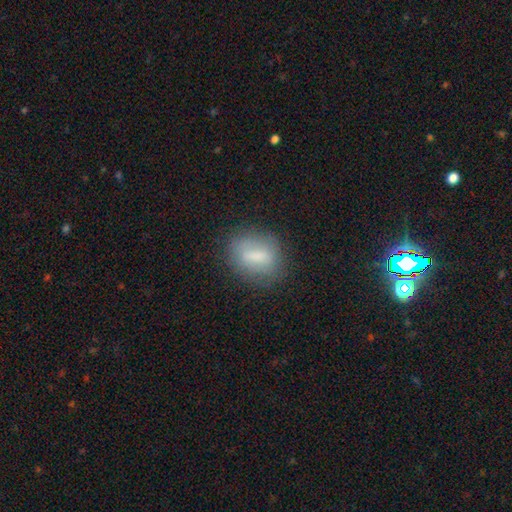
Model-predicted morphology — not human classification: type=smooth (64%); roundness=in between (62%); merging=none (74%).